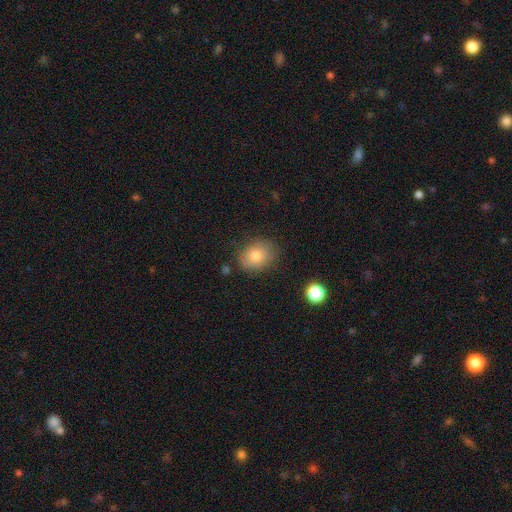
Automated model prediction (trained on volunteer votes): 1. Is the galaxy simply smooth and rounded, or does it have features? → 79% smooth, 11% featured or disk, 10% star or artifact.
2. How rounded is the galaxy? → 51% round, 48% in between, 1% cigar-shaped.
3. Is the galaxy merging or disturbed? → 78% none, 16% minor disturbance, 4% major disturbance, 2% merger.